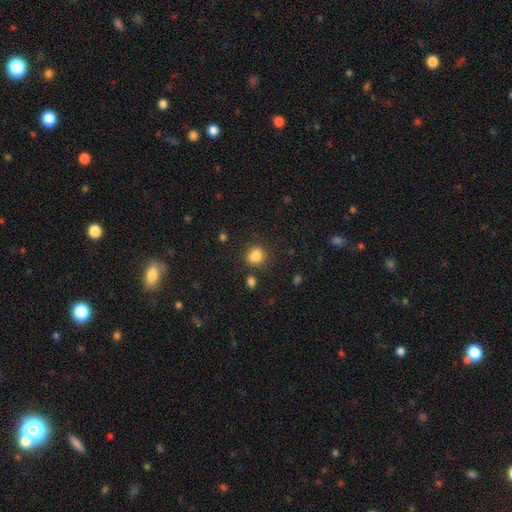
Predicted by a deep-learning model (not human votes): smooth 85%, star or artifact 11%, featured or disk 4%. Down the decision tree: how rounded — round (75%); merging — none (79%).